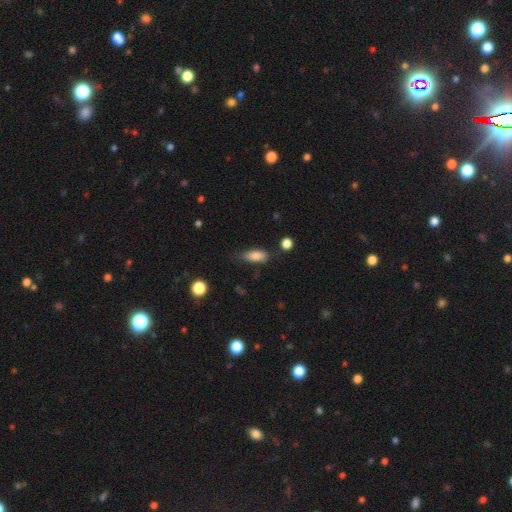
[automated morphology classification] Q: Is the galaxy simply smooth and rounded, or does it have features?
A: smooth — 81%.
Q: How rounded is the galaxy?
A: in between — 75%.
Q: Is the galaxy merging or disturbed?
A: none — 70%.